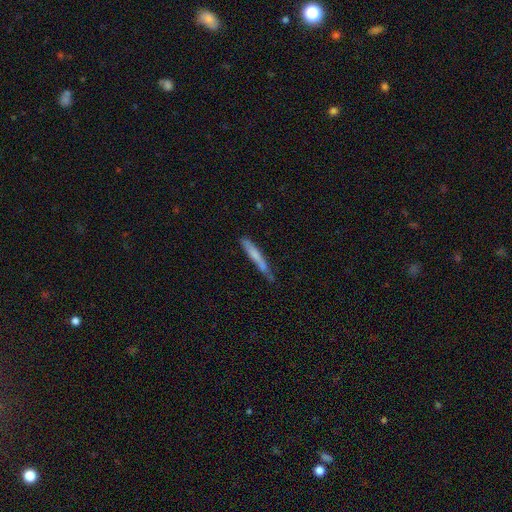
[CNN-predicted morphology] type=smooth (63%); roundness=cigar-shaped (95%); merging=none (65%).